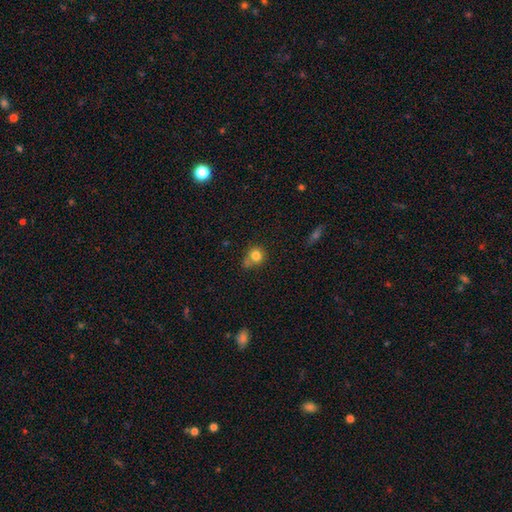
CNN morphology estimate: This is clearly a smooth galaxy (81%). How rounded: clearly round (86%). Merging: possibly none (57%).